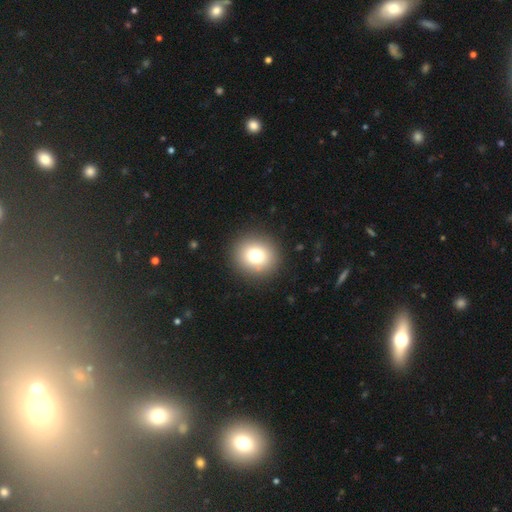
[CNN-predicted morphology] smooth 77%, star or artifact 12%, featured or disk 11%. Down the decision tree: how rounded — round (87%); merging — none (91%).